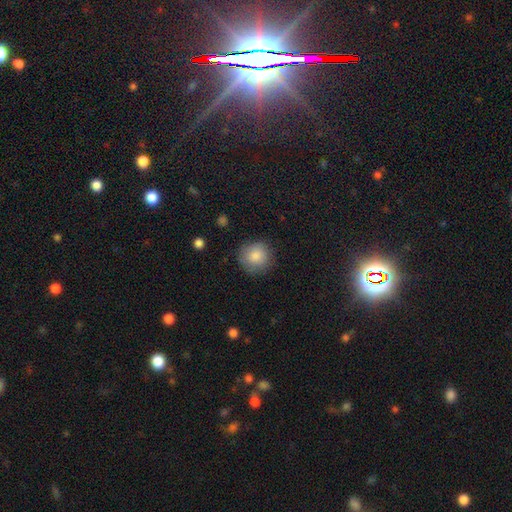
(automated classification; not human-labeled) smooth_or_featured: smooth (p=0.85) [alt: featured or disk p=0.08]
how_rounded: round (p=0.92) [alt: in between p=0.07]
merging: none (p=0.81) [alt: minor disturbance p=0.14]